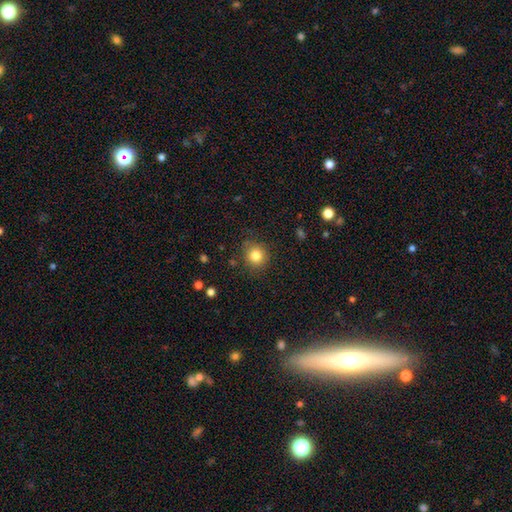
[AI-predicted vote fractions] smooth 82%, star or artifact 11%, featured or disk 6%. Down the decision tree: how rounded — round (89%); merging — none (83%).